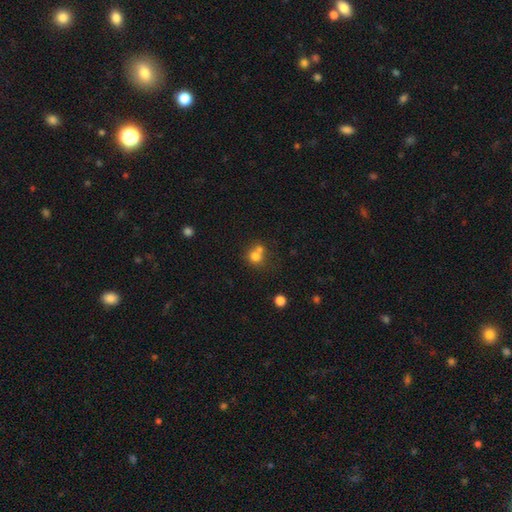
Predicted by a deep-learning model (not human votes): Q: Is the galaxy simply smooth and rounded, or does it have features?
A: smooth — 74%.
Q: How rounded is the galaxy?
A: round — 80%.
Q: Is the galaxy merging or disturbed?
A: merger — 49%.